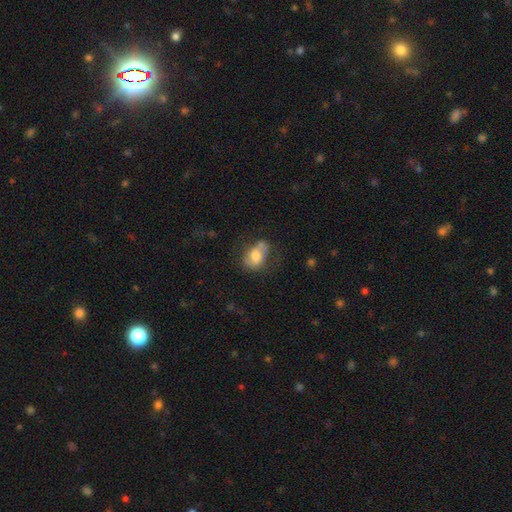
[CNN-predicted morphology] Q: Smooth or featured?
A: smooth (55%); runner-up: featured or disk (37%)
Q: How rounded?
A: in between (80%); runner-up: round (18%)
Q: Merging?
A: none (50%); runner-up: minor disturbance (28%)